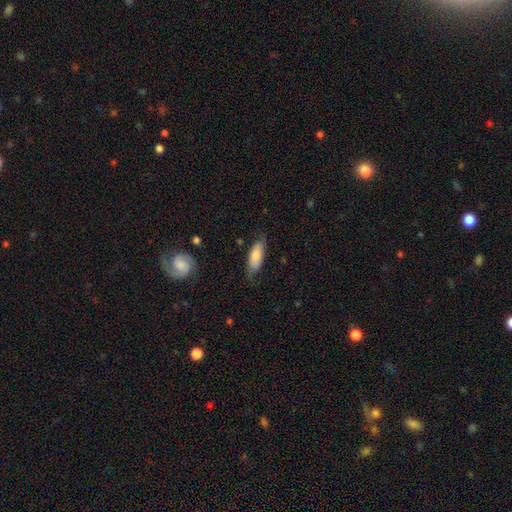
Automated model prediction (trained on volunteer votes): Smooth or featured? smooth (72%)
How rounded? in between (71%)
Merging? none (65%)